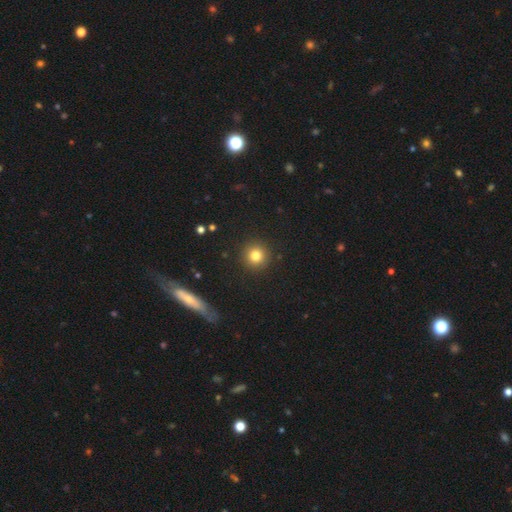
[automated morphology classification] Overall: smooth (81%). How rounded: round (94%). Merging: none (91%).